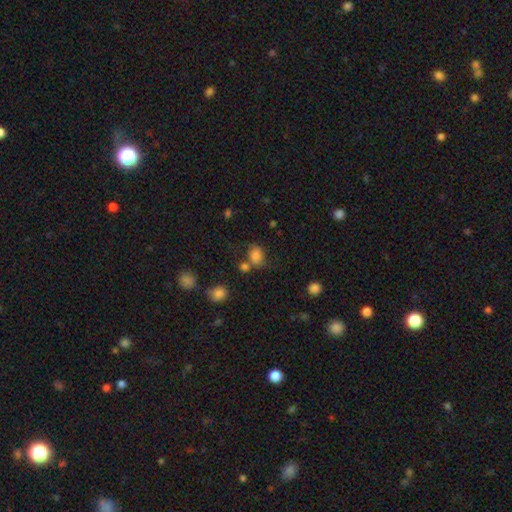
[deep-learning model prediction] smooth 80%, star or artifact 13%, featured or disk 7%. Down the decision tree: how rounded — in between (56%); merging — none (55%).